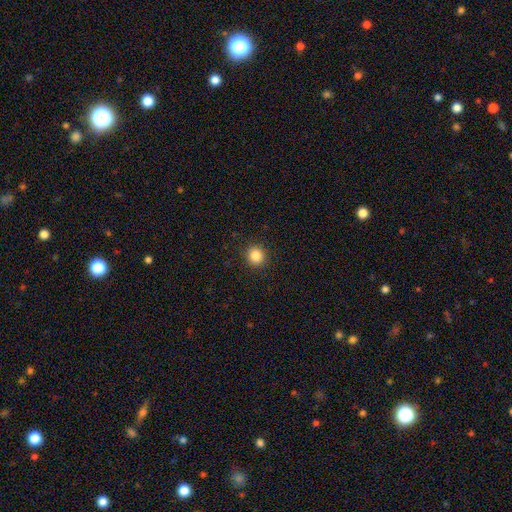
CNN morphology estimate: Smooth or featured: smooth — 86% (star or artifact — 10%)
How rounded: round — 91% (in between — 8%)
Merging: none — 92% (minor disturbance — 5%)